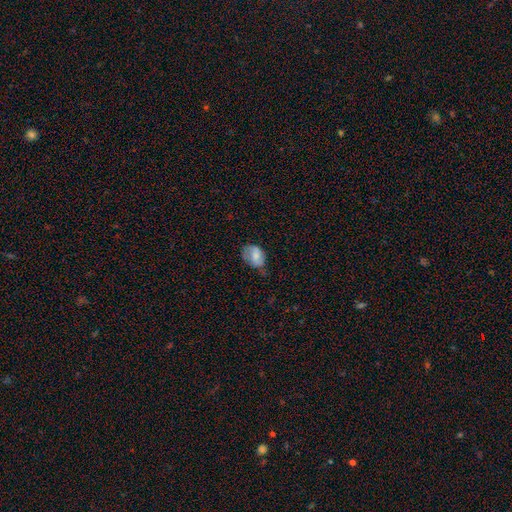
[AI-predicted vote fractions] Smooth or featured: smooth — 71% (featured or disk — 21%)
How rounded: in between — 75% (round — 24%)
Merging: none — 46% (minor disturbance — 38%)